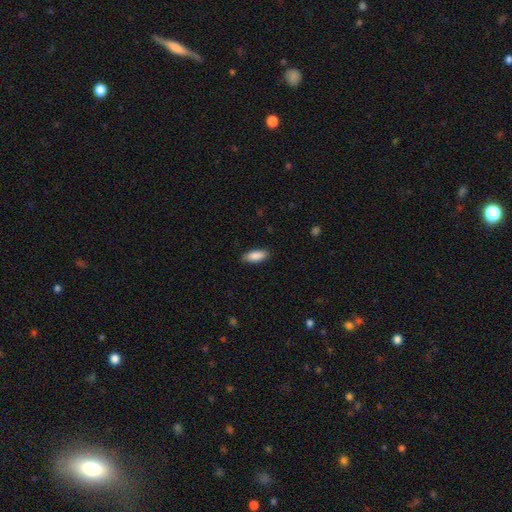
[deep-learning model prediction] A smooth galaxy with no disk features (89%) that is in between round and cigar-shaped (82%).

Vote fractions:
- Smooth or featured? smooth: 89% / star or artifact: 6% / featured or disk: 5%
- How rounded? in between: 82% / cigar-shaped: 16% / round: 2%
- Merging? none: 87% / minor disturbance: 10% / major disturbance: 2% / merger: 1%